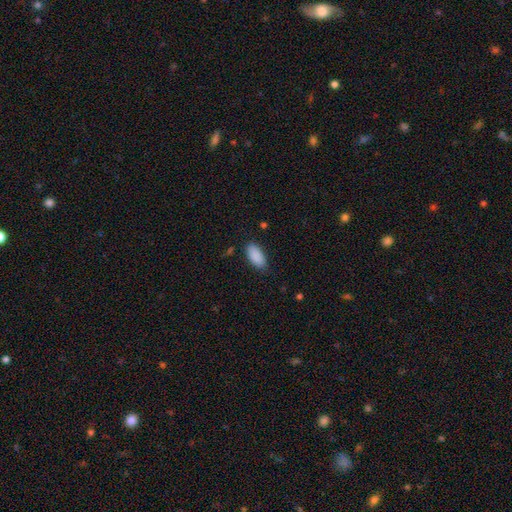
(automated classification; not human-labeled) smooth_or_featured: smooth (p=0.90) [alt: star or artifact p=0.07]
how_rounded: in between (p=0.91) [alt: cigar-shaped p=0.07]
merging: none (p=0.84) [alt: minor disturbance p=0.12]